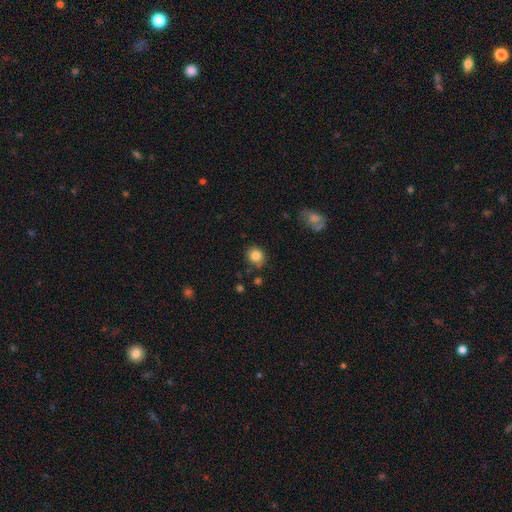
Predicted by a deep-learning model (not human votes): A smooth galaxy with no disk features (83%) that is round (78%).

Vote fractions:
- Smooth or featured? smooth: 83% / star or artifact: 10% / featured or disk: 6%
- How rounded? round: 78% / in between: 22% / cigar-shaped: 1%
- Merging? none: 81% / minor disturbance: 12% / merger: 3% / major disturbance: 3%